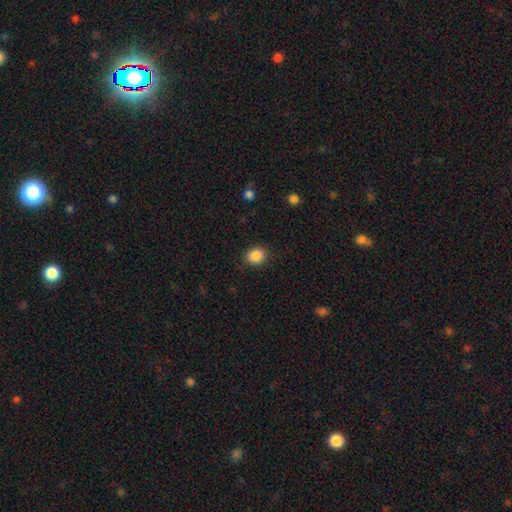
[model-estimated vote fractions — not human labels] The model was most divided on "how rounded": round: 69%, in between: 30%, cigar-shaped: 1%. More confident: merging — none (88%); smooth or featured — smooth (87%).